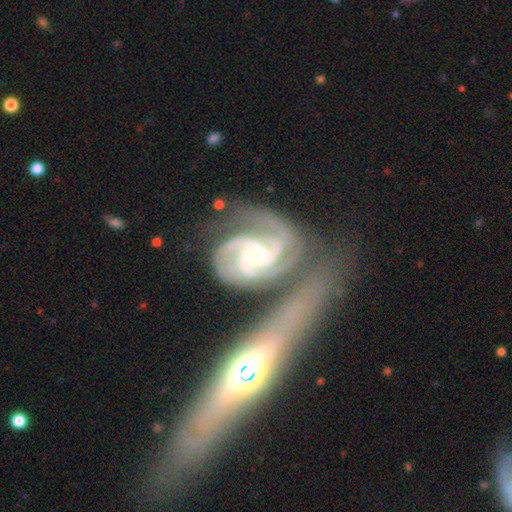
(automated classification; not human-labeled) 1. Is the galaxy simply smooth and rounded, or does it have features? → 92% featured or disk, 4% star or artifact, 4% smooth.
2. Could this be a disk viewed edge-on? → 97% no, 3% yes.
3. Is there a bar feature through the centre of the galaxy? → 55% no, 32% weak, 13% strong.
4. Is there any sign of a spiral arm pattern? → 98% yes, 2% no.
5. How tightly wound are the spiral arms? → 57% tight, 37% medium, 6% loose.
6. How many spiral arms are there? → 47% 3, 26% 2, 12% 4, 8% can't tell, 4% 1, 4% more than 4.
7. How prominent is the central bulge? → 60% small, 36% moderate, 2% large, 1% none, 1% dominant.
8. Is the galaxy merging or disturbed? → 43% none, 23% merger, 18% minor disturbance, 16% major disturbance.